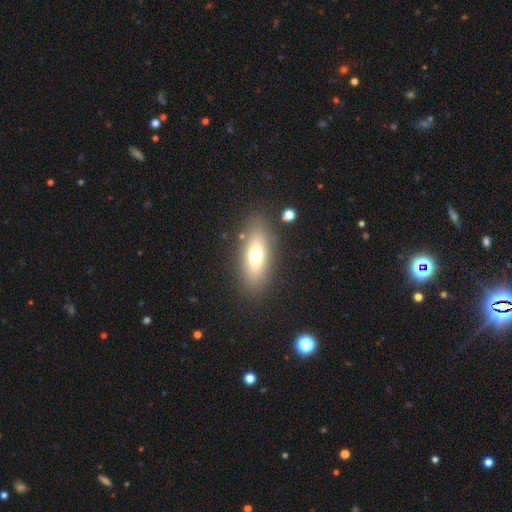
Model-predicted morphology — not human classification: A smooth galaxy with no disk features (65%) that is in between round and cigar-shaped (72%). Merging: none (83%).